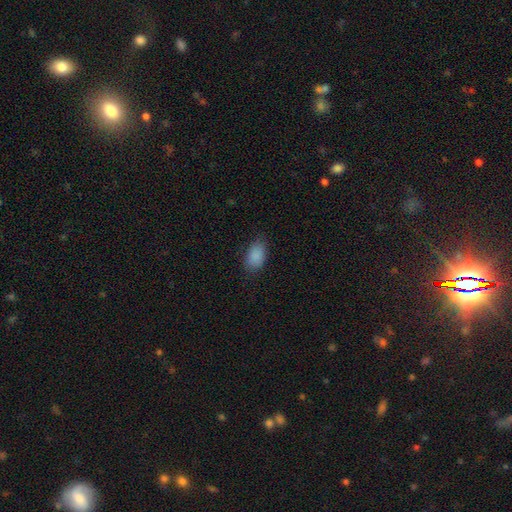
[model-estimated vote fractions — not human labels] smooth-or-featured: smooth: 88% | star or artifact: 8% | featured or disk: 4%
  how-rounded: in between: 90% | round: 8% | cigar-shaped: 2%
  merging: none: 78% | minor disturbance: 17% | major disturbance: 4% | merger: 1%